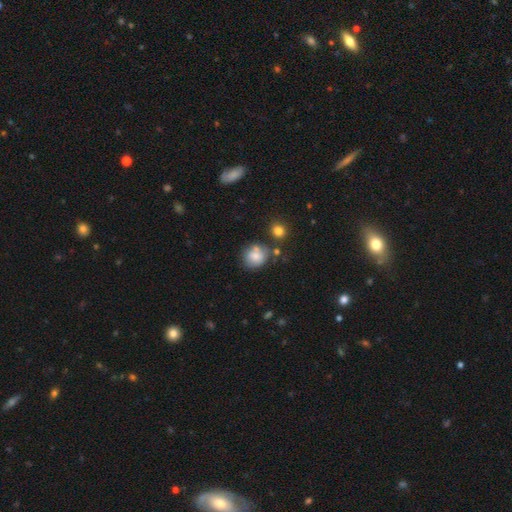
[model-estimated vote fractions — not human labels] This is likely a smooth galaxy (76%). How rounded: clearly round (80%). Merging: likely none (60%).